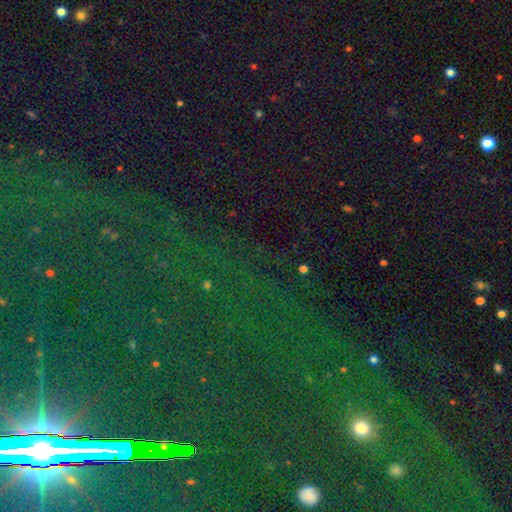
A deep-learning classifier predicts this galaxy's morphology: type=star or artifact (83%).